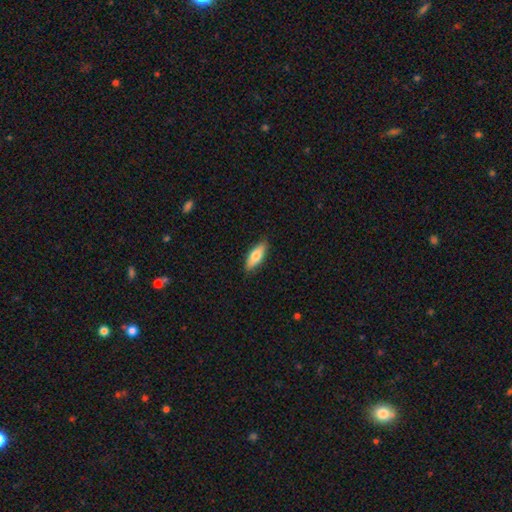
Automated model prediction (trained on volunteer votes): Smooth or featured? Predicted: smooth (p=0.72). How rounded? Predicted: in between (p=0.63). Merging? Predicted: none (p=0.88).